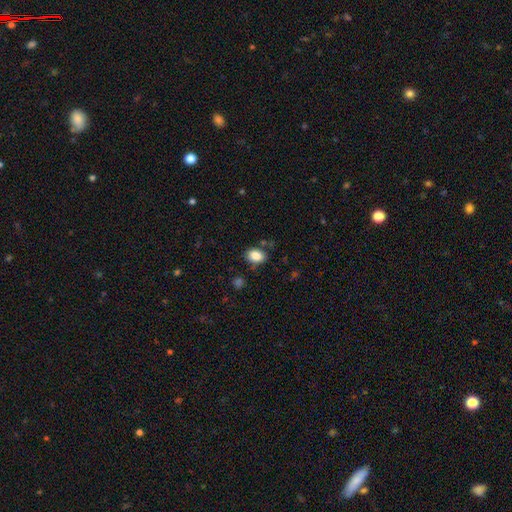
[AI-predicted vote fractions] A smooth galaxy with no disk features (86%) that is in between round and cigar-shaped (79%).

Vote fractions:
- Smooth or featured? smooth: 86% / star or artifact: 9% / featured or disk: 5%
- How rounded? in between: 79% / round: 20% / cigar-shaped: 1%
- Merging? none: 79% / minor disturbance: 13% / merger: 4% / major disturbance: 4%